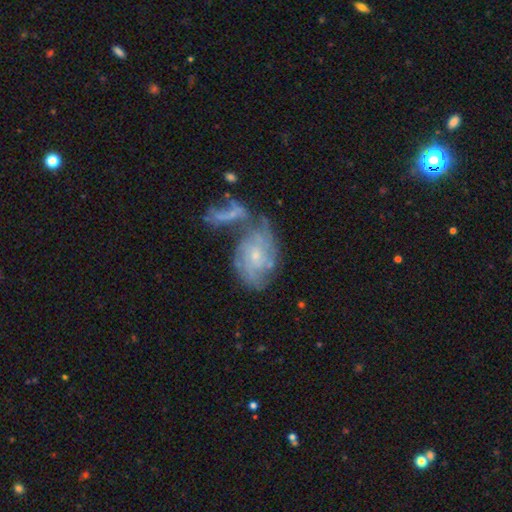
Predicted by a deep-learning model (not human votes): Smooth or featured? featured or disk (76%)
Edge-on disk? no (96%)
Bar? no (69%)
Spiral arms? yes (86%)
Spiral winding? tight (51%)
Spiral arm count? can't tell (44%)
Bulge size? small (73%)
Merging? merger (40%)